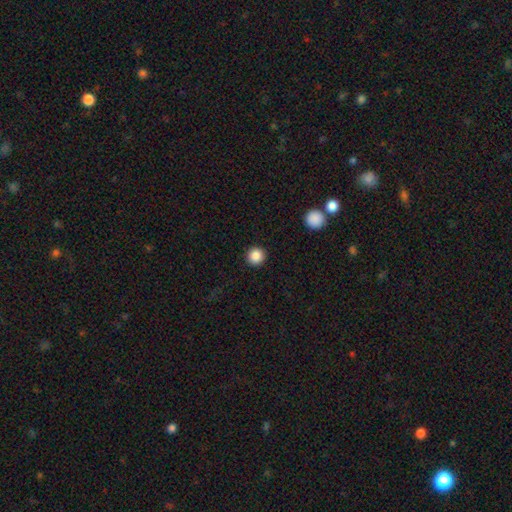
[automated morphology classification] A smooth galaxy with no disk features (86%) that is round (95%). Merging: none (93%).